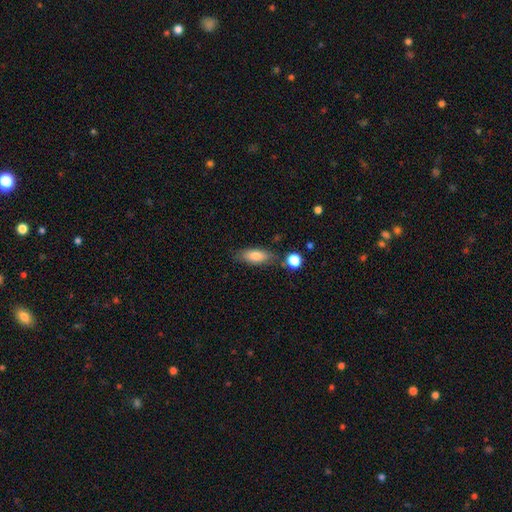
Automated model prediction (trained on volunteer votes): A smooth galaxy with no disk features (80%) that is in between round and cigar-shaped (76%).

Vote fractions:
- Smooth or featured? smooth: 80% / featured or disk: 13% / star or artifact: 7%
- How rounded? in between: 76% / cigar-shaped: 21% / round: 3%
- Merging? none: 71% / minor disturbance: 17% / merger: 7% / major disturbance: 5%